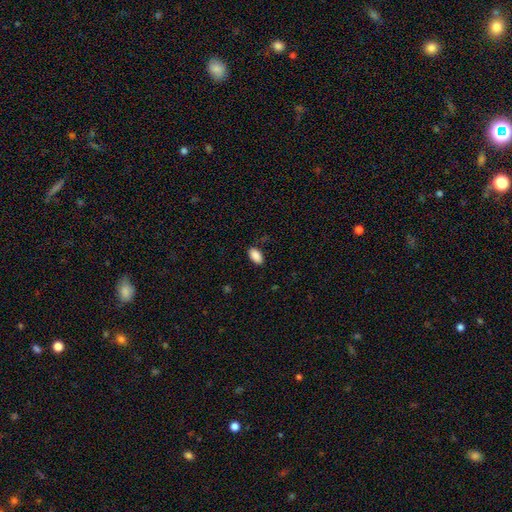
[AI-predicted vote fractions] The model was most divided on "merging": none: 86%, minor disturbance: 11%, major disturbance: 2%, merger: 1%. More confident: how rounded — in between (94%); smooth or featured — smooth (89%).